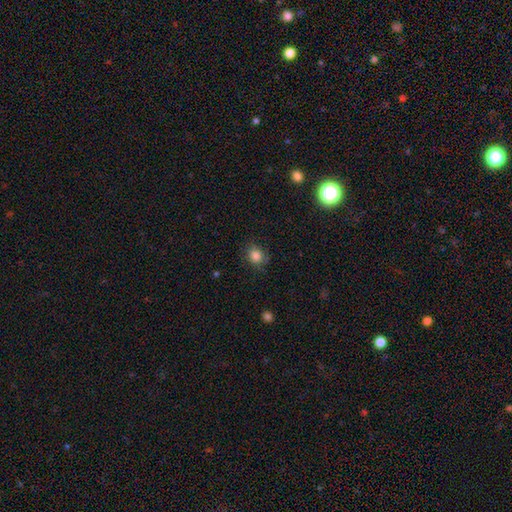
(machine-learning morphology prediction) Overall: smooth (82%). How rounded: round (74%). Merging: none (76%).